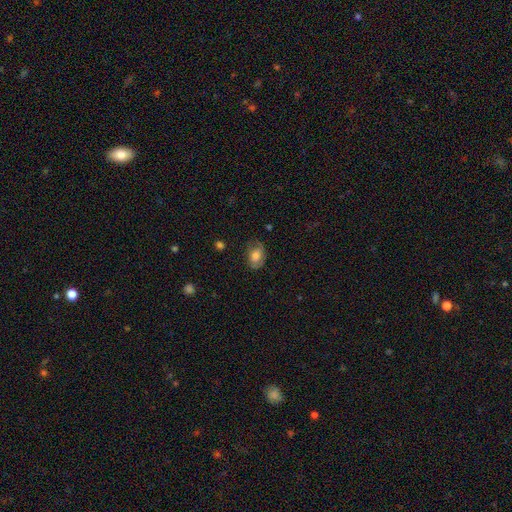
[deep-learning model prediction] Morphology: type=smooth (68%); roundness=in between (80%); merging=none (66%).